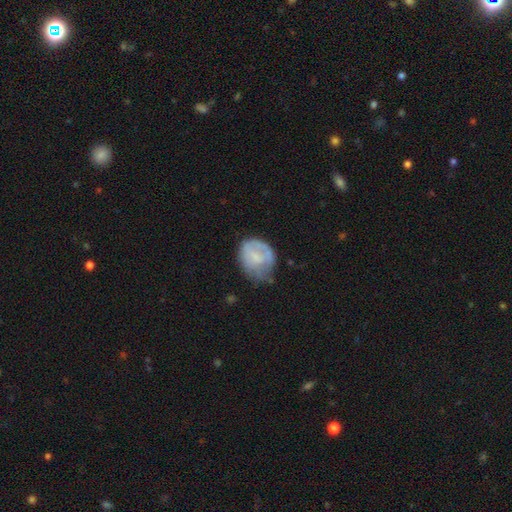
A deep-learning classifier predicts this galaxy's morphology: A smooth galaxy with no disk features (56%) that is round (52%). Merging: none (39%).